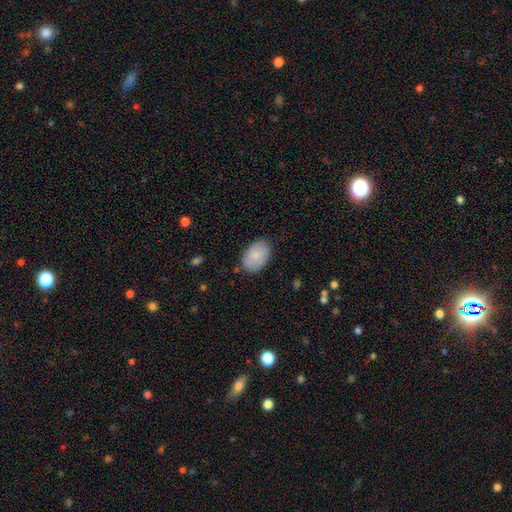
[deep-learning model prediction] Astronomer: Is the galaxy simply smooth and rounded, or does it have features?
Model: smooth — 80%.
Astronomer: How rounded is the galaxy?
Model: in between — 89%.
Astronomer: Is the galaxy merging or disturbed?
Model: none — 80%.